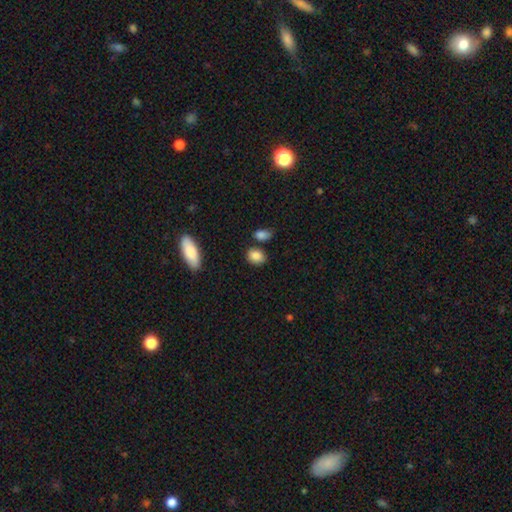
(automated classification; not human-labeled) Overall: smooth (86%). How rounded: in between (67%; round 31%). Merging: none (75%).